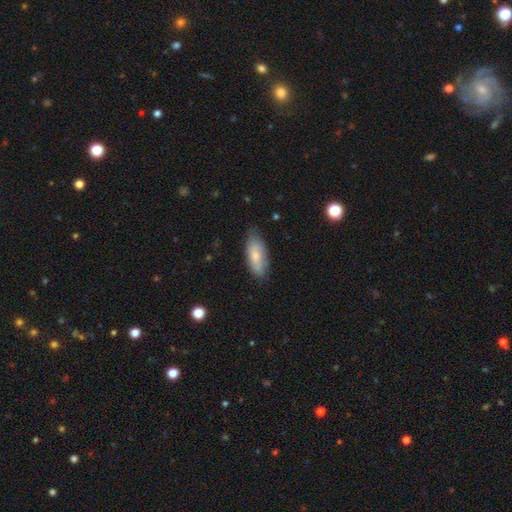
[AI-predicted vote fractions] A smooth galaxy with no disk features (74%) that is in between round and cigar-shaped (80%).

Vote fractions:
- Smooth or featured? smooth: 74% / featured or disk: 20% / star or artifact: 6%
- How rounded? in between: 80% / cigar-shaped: 17% / round: 2%
- Merging? none: 74% / minor disturbance: 21% / major disturbance: 3% / merger: 1%